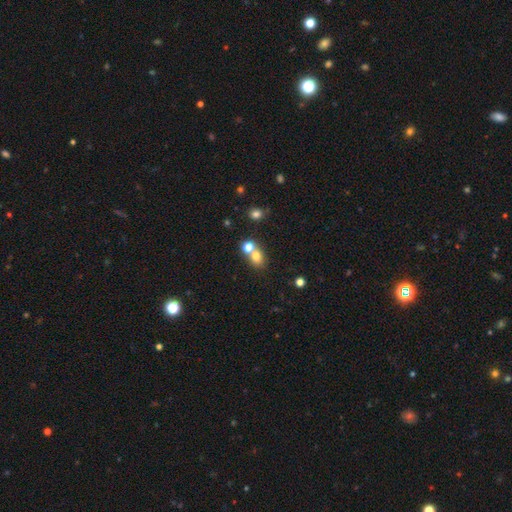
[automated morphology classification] A smooth galaxy with no disk features (74%) that is round (58%). Merging: merger (46%).